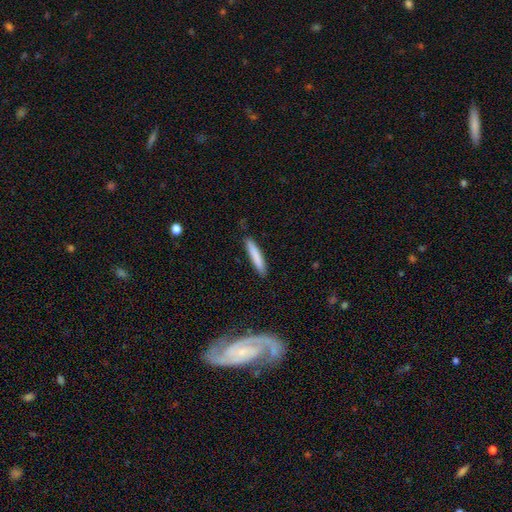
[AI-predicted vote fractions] smooth-or-featured: smooth: 83% | featured or disk: 11% | star or artifact: 6%
  how-rounded: cigar-shaped: 92% | in between: 7% | round: 1%
  merging: none: 89% | minor disturbance: 8% | major disturbance: 2% | merger: 1%